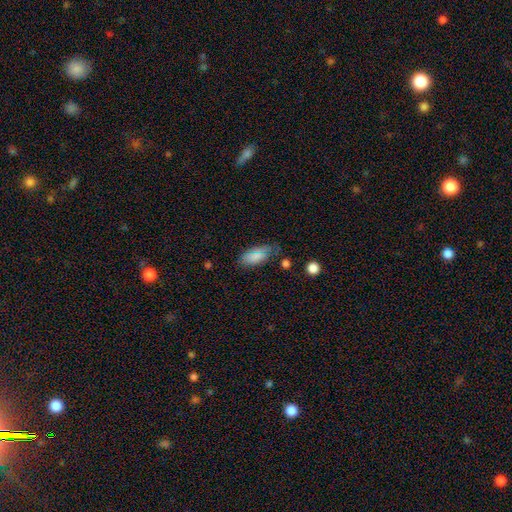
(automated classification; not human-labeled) smooth-or-featured: smooth: 78% | star or artifact: 12% | featured or disk: 10%
  how-rounded: in between: 88% | cigar-shaped: 9% | round: 3%
  merging: none: 67% | minor disturbance: 24% | major disturbance: 6% | merger: 3%